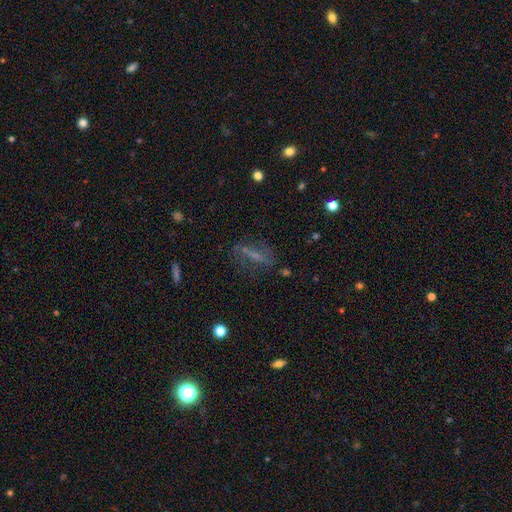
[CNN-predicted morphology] This appears to be a featured or disk galaxy (43%). Merging: none (63%).